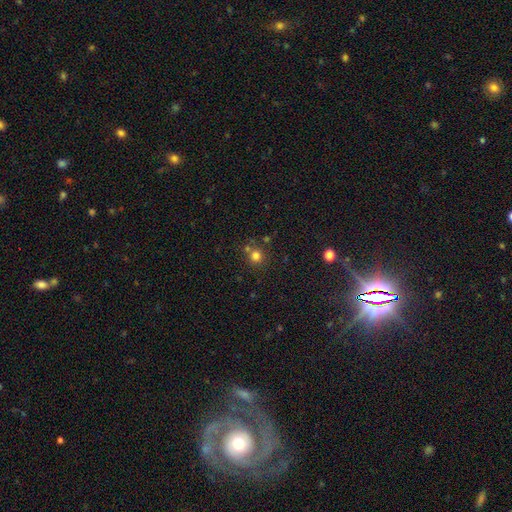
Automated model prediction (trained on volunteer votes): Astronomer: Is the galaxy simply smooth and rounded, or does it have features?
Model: smooth — 77%.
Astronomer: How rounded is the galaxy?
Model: round — 91%.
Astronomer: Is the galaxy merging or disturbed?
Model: none — 71%.